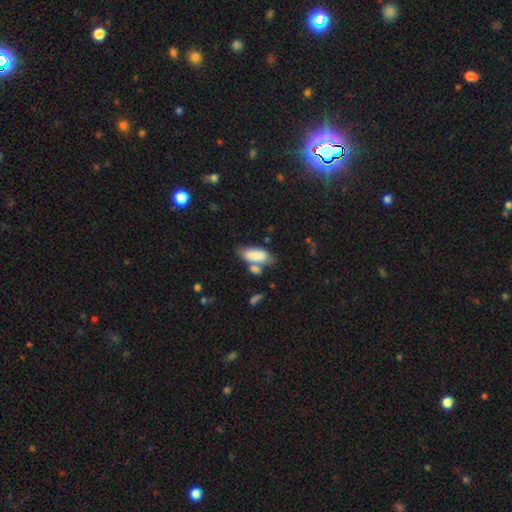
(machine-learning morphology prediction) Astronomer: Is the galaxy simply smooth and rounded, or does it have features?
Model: smooth — 83%.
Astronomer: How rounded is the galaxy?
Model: in between — 82%.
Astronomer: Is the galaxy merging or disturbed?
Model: none — 47% (runner-up: merger, 29%).